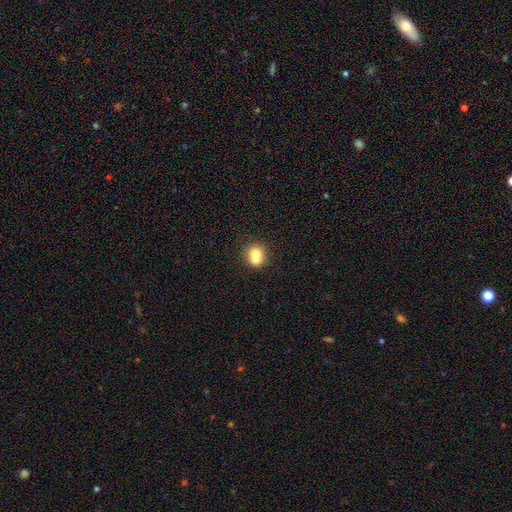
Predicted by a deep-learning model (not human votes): Smooth or featured?
  - smooth: 69% *
  - featured or disk: 21%
  - star or artifact: 10%
How rounded?
  - round: 73% *
  - in between: 25%
  - cigar-shaped: 1%
Merging?
  - merger: 57% *
  - none: 33%
  - minor disturbance: 7%
  - major disturbance: 3%